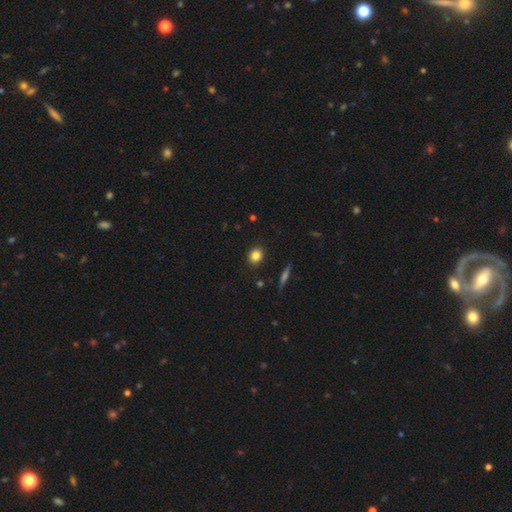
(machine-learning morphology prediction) Smooth or featured? smooth (83%)
How rounded? round (60%)
Merging? none (89%)